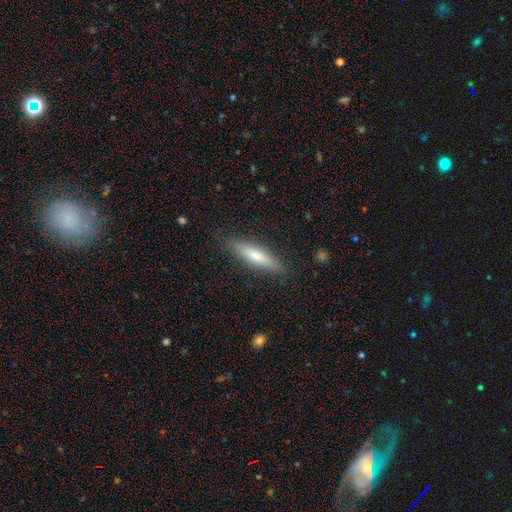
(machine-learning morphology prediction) Smooth or featured? smooth (63%)
How rounded? cigar-shaped (77%)
Merging? none (87%)